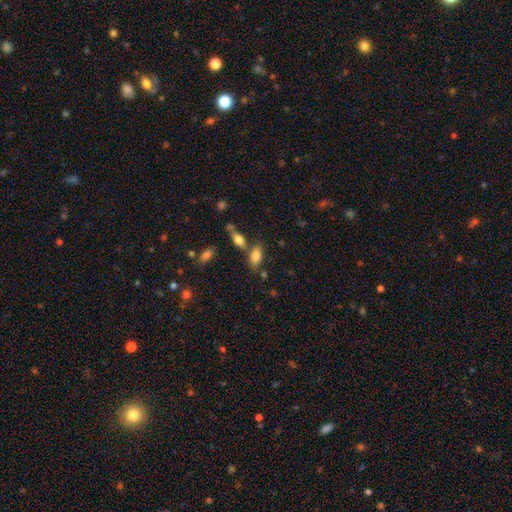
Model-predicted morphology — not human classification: This appears to be a smooth galaxy with no disk features (81%) that is in between round and cigar-shaped (87%). Merging: none (59%).